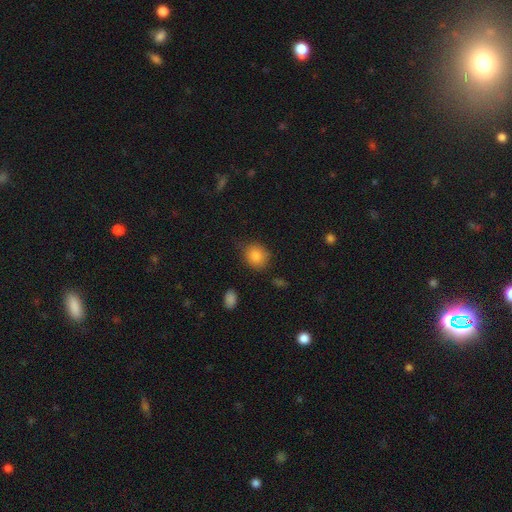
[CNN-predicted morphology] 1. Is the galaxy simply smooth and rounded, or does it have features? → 84% smooth, 9% star or artifact, 7% featured or disk.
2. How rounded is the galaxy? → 70% round, 29% in between, 1% cigar-shaped.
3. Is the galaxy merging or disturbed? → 74% none, 20% minor disturbance, 4% major disturbance, 2% merger.